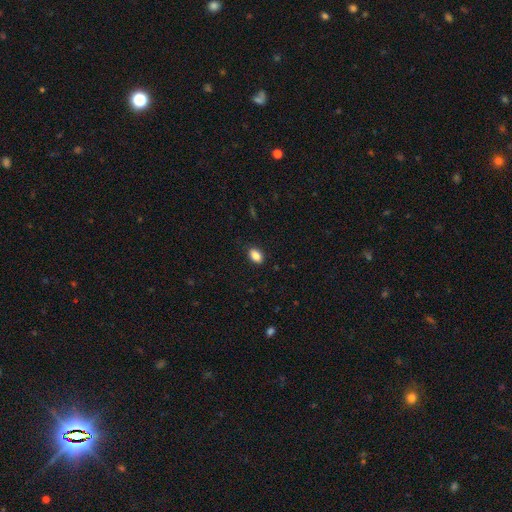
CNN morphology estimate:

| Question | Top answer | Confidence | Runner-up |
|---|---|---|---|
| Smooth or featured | smooth | 87% | star or artifact (9%) |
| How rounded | in between | 88% | round (11%) |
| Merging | none | 87% | minor disturbance (10%) |